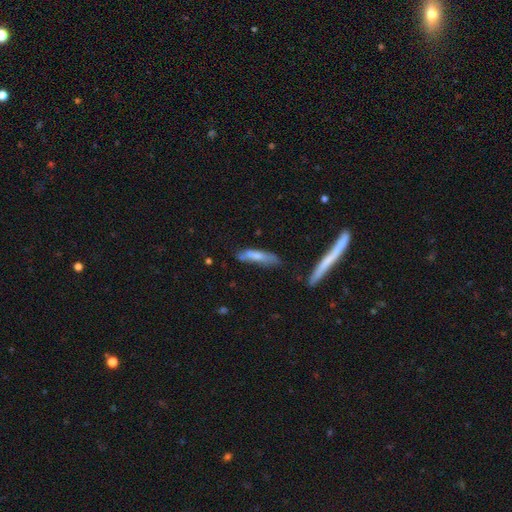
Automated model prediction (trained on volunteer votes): Morphology: type=smooth (64%); roundness=cigar-shaped (78%); merging=none (48%).